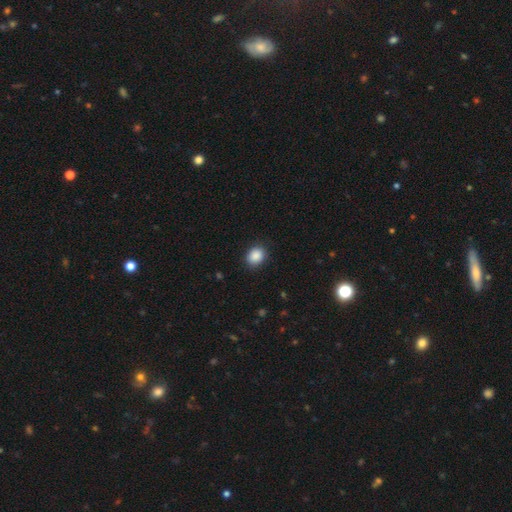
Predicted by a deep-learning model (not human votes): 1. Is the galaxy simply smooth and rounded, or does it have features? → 88% smooth, 8% star or artifact, 3% featured or disk.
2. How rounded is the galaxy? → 57% round, 42% in between, 1% cigar-shaped.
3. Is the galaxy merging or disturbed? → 87% none, 10% minor disturbance, 3% major disturbance, 1% merger.